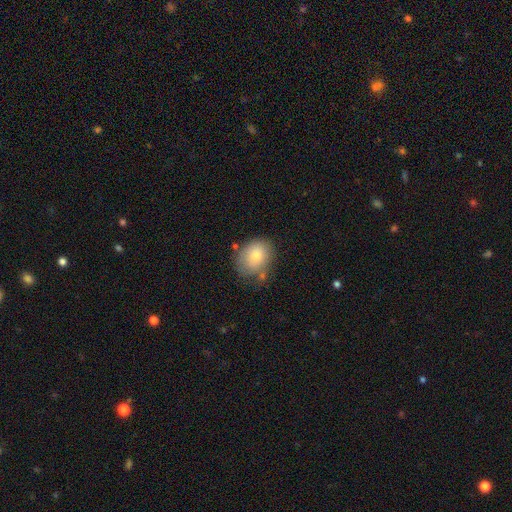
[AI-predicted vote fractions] smooth 76%, featured or disk 16%, star or artifact 8%. Down the decision tree: how rounded — in between (51%); merging — none (59%).